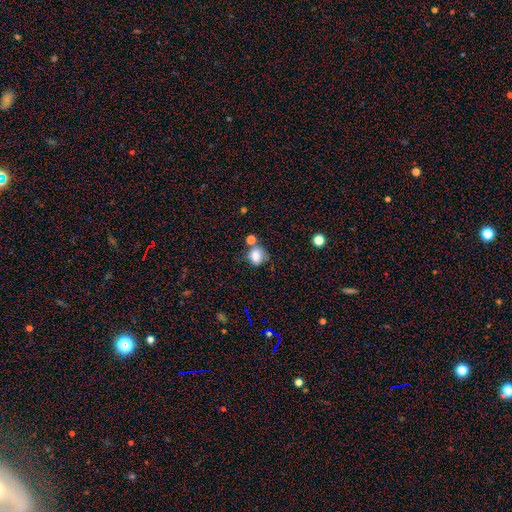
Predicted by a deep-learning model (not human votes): Morphology: type=smooth (79%); roundness=round (64%); merging=none (50%).